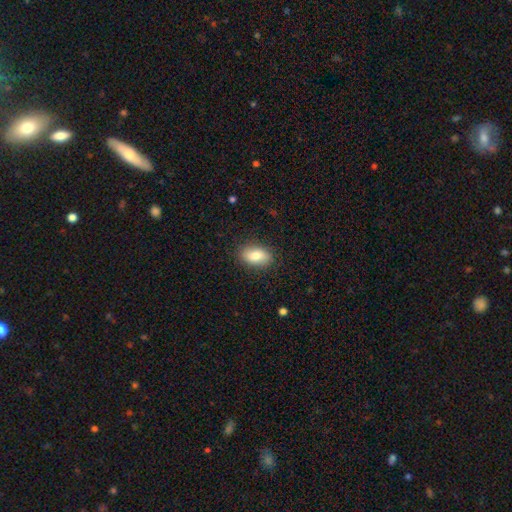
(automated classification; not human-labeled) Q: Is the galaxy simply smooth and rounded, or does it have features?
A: smooth — 82%.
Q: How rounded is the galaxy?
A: in between — 89%.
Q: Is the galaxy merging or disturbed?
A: none — 85%.